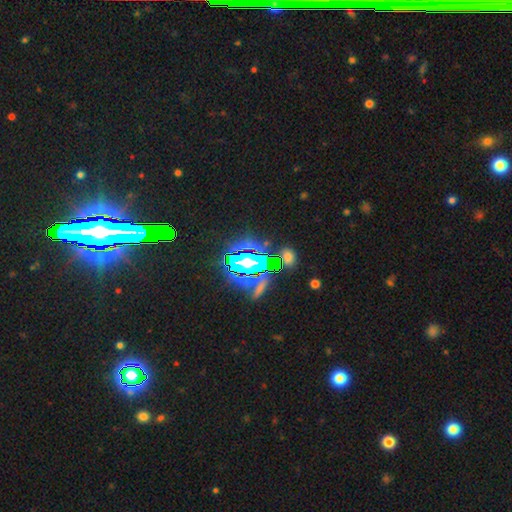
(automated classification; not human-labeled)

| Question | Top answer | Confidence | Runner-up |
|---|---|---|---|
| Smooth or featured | star or artifact | 82% | featured or disk (9%) |